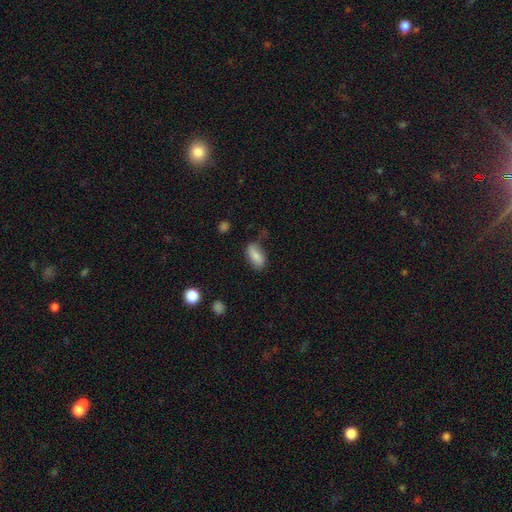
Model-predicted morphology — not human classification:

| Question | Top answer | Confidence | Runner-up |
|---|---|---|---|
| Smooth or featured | smooth | 80% | featured or disk (13%) |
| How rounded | in between | 90% | cigar-shaped (7%) |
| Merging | none | 68% | minor disturbance (24%) |